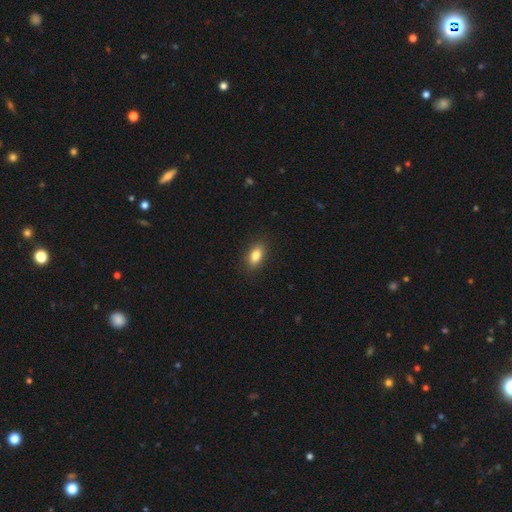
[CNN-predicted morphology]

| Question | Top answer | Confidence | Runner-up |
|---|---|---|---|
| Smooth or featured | smooth | 84% | star or artifact (8%) |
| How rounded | in between | 86% | round (9%) |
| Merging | none | 88% | minor disturbance (9%) |